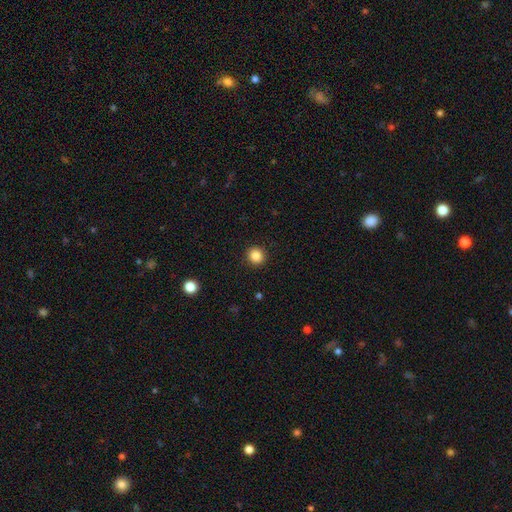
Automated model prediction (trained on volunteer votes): Smooth or featured? Predicted: smooth (p=0.86). How rounded? Predicted: round (p=0.92). Merging? Predicted: none (p=0.92).